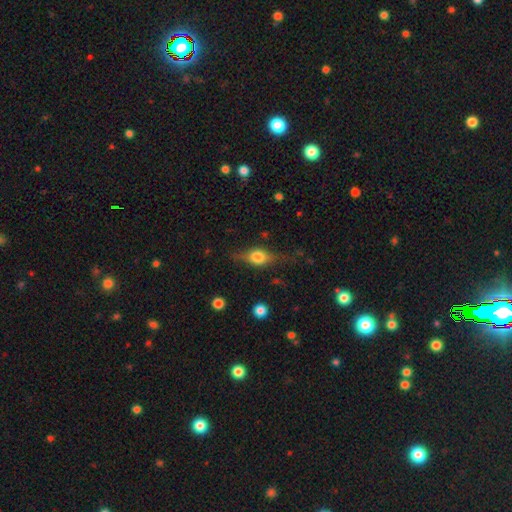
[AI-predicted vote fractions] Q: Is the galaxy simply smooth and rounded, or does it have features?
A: featured or disk — 49%.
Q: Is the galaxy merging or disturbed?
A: none — 68%.